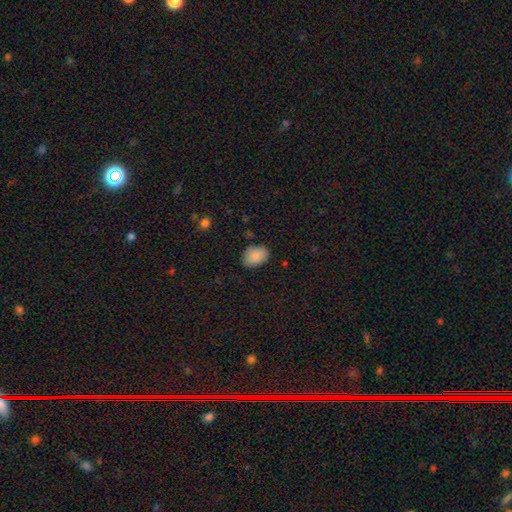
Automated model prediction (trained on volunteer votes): smooth_or_featured: smooth (p=0.88) [alt: star or artifact p=0.08]
how_rounded: in between (p=0.80) [alt: round p=0.19]
merging: none (p=0.79) [alt: minor disturbance p=0.16]